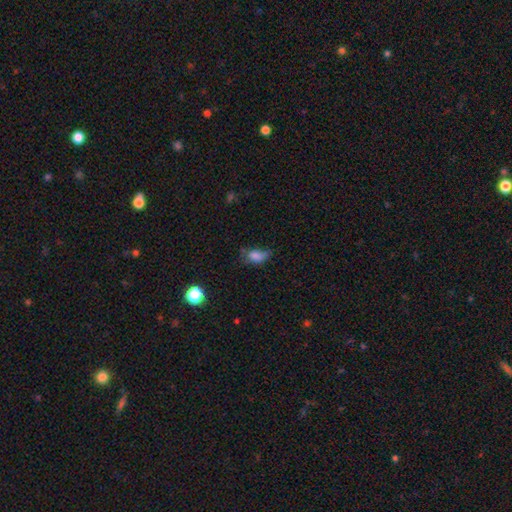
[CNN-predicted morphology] smooth-or-featured: smooth: 76% | featured or disk: 12% | star or artifact: 12%
  how-rounded: in between: 82% | round: 14% | cigar-shaped: 4%
  merging: minor disturbance: 38% | none: 36% | major disturbance: 22% | merger: 4%